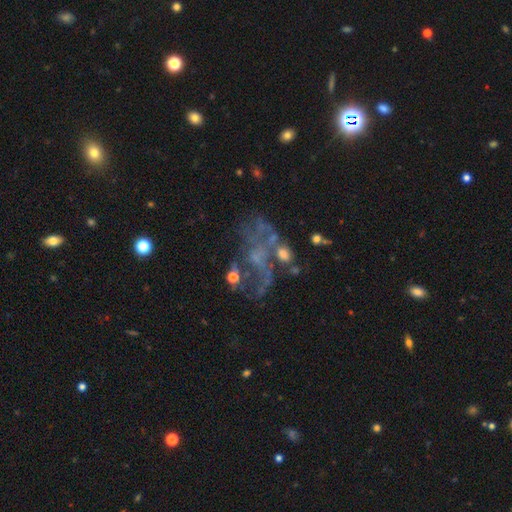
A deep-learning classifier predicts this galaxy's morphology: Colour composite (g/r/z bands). It shows a featured or disk galaxy (64%) with no bar (76%), no spiral arms (58%) and no central bulge (49%). Merging: none (36%).